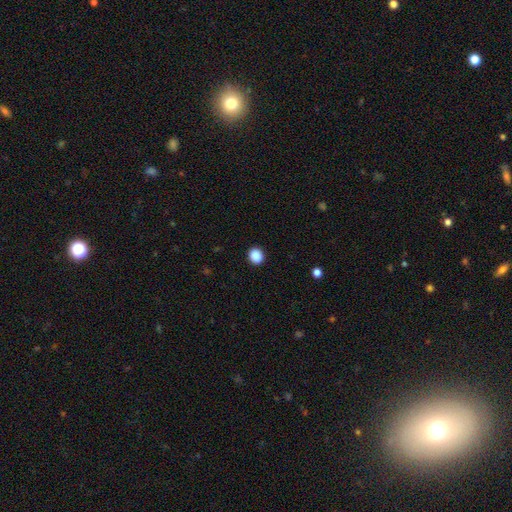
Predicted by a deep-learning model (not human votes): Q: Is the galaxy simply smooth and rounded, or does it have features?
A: smooth — 89%.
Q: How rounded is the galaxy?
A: round — 76%.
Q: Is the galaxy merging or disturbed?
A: none — 91%.